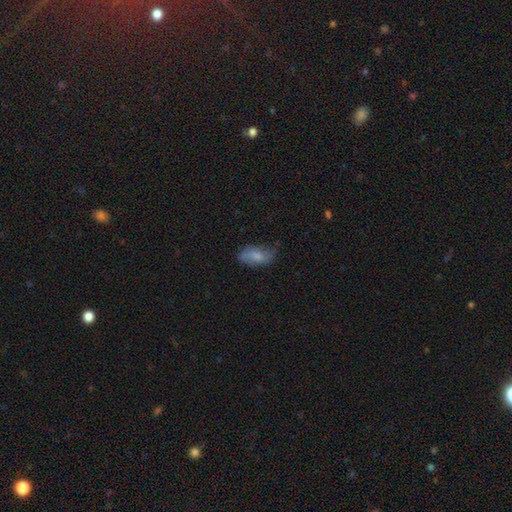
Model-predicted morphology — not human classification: Smooth or featured: smooth — 63% (featured or disk — 30%)
How rounded: in between — 91% (cigar-shaped — 5%)
Merging: none — 61% (minor disturbance — 29%)